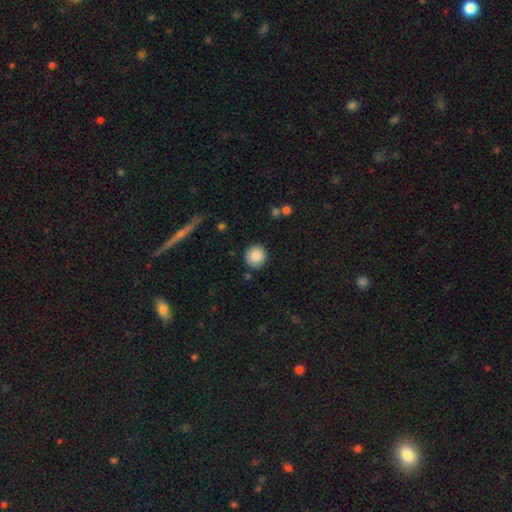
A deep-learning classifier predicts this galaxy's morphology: Smooth or featured: smooth — 85% (star or artifact — 8%)
How rounded: round — 94% (in between — 5%)
Merging: none — 90% (minor disturbance — 6%)